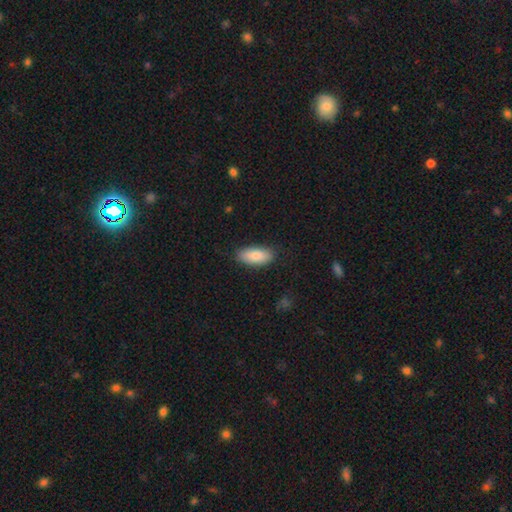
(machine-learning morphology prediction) Smooth or featured?
  - smooth: 84% *
  - featured or disk: 10%
  - star or artifact: 6%
How rounded?
  - in between: 87% *
  - cigar-shaped: 11%
  - round: 2%
Merging?
  - none: 85% *
  - minor disturbance: 11%
  - major disturbance: 2%
  - merger: 1%